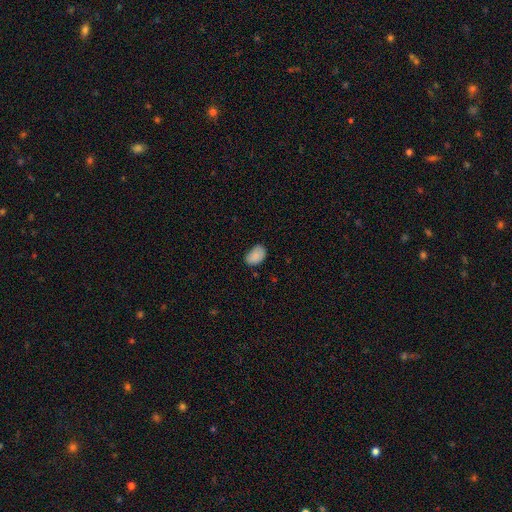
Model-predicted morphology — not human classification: This is clearly a smooth galaxy (87%). How rounded: clearly in between (86%). Merging: likely none (71%).